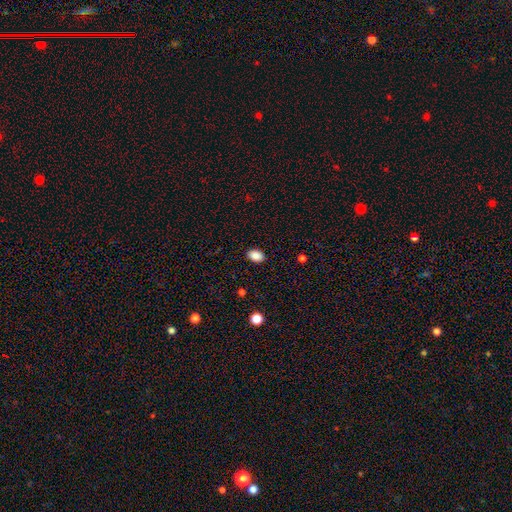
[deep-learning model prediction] This appears to be a smooth galaxy with no disk features (88%) that is in between round and cigar-shaped (81%). Merging: none (89%).